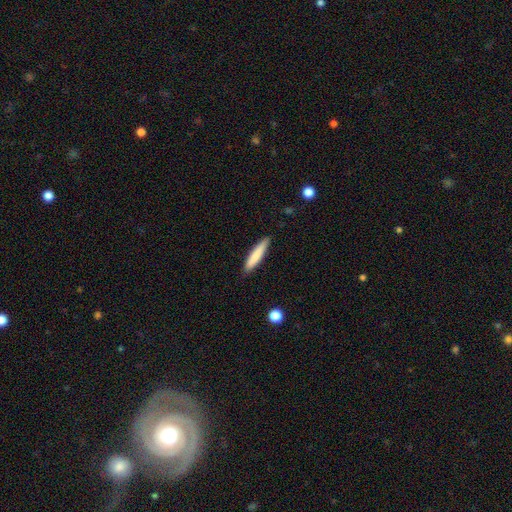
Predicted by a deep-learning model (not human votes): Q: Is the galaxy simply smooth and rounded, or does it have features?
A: smooth — 79%.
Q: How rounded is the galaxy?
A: cigar-shaped — 89%.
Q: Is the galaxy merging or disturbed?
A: none — 88%.